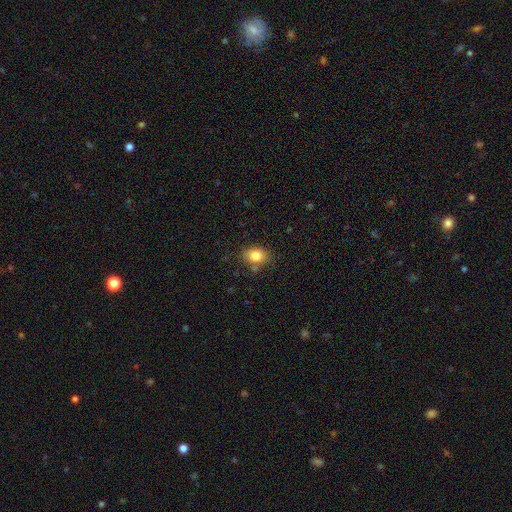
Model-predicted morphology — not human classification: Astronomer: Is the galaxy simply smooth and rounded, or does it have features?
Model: smooth — 83%.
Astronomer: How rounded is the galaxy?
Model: in between — 65%.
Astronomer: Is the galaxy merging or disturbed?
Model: none — 78%.